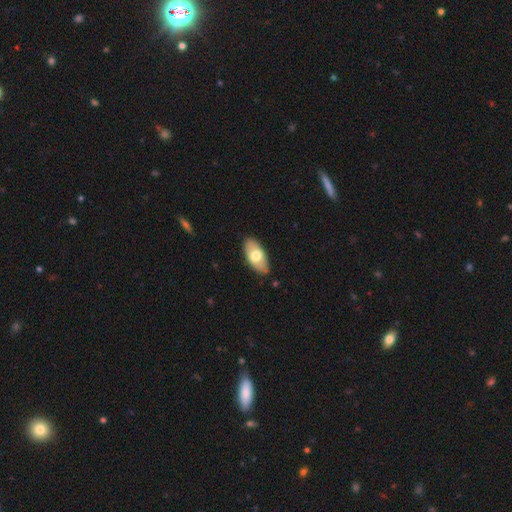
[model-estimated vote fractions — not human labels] Smooth or featured: smooth — 68% (featured or disk — 27%)
How rounded: in between — 92% (cigar-shaped — 5%)
Merging: none — 84% (minor disturbance — 12%)